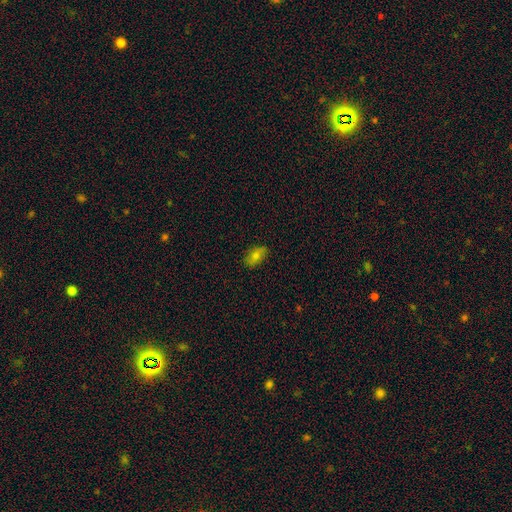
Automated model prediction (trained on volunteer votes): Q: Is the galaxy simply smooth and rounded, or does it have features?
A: smooth — 70%.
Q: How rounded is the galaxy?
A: in between — 87%.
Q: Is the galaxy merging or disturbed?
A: none — 82%.